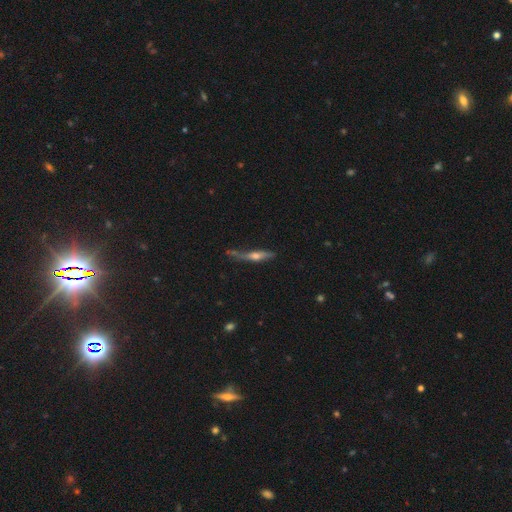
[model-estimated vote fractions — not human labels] Morphology: type=featured or disk (61%); edge-on=yes (91%); edge-on bulge=rounded (87%); merging=none (57%).